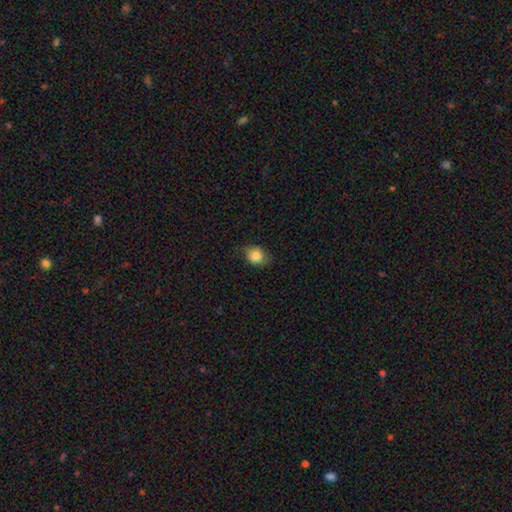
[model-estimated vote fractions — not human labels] Q: Smooth or featured?
A: smooth (83%); runner-up: star or artifact (9%)
Q: How rounded?
A: round (55%); runner-up: in between (44%)
Q: Merging?
A: none (70%); runner-up: minor disturbance (23%)